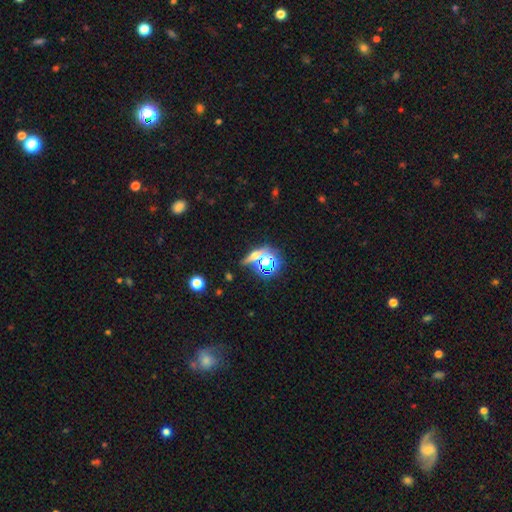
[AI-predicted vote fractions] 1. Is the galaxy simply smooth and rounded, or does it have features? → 45% star or artifact, 34% smooth, 21% featured or disk.